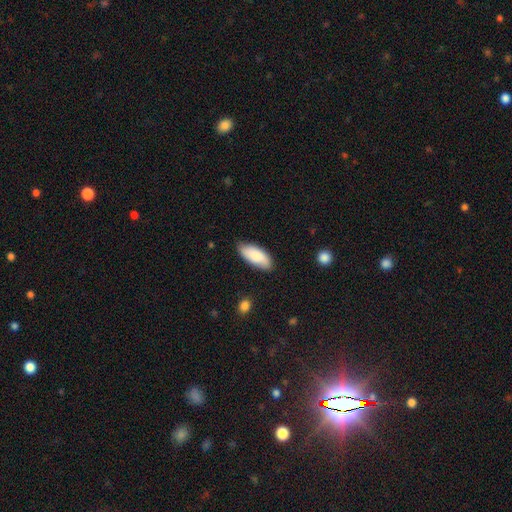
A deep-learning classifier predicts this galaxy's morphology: Overall: smooth (82%). How rounded: in between (84%). Merging: none (81%).